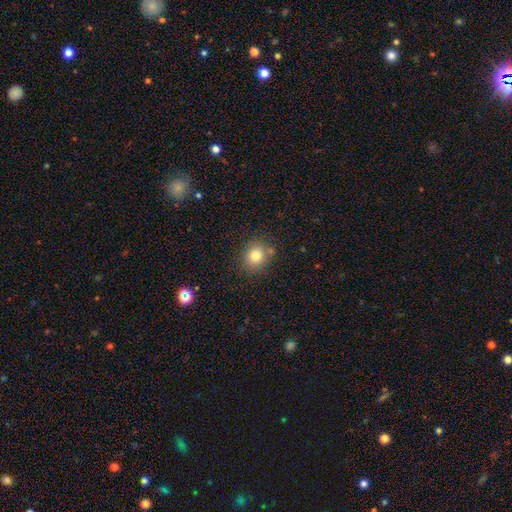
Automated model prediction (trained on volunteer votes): smooth 80%, star or artifact 12%, featured or disk 8%. Down the decision tree: how rounded — round (80%); merging — none (80%).